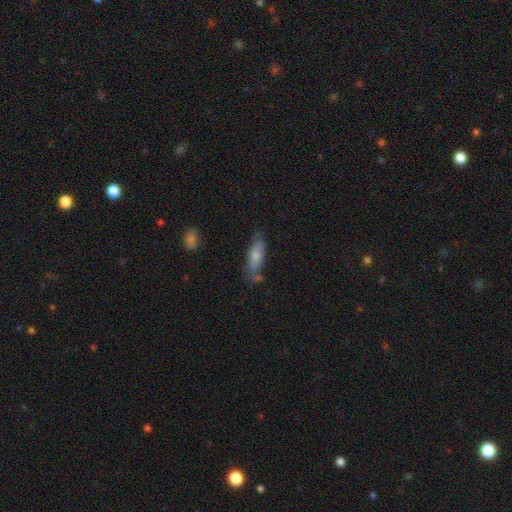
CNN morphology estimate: This appears to be a smooth galaxy with no disk features (70%) that is in between round and cigar-shaped (59%). Merging: none (66%).